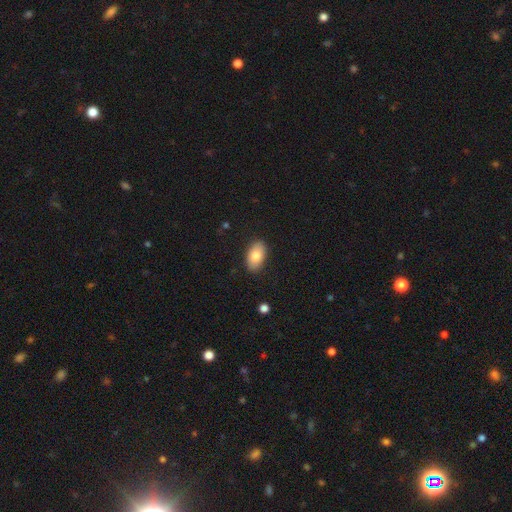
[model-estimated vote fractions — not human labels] smooth 82%, featured or disk 12%, star or artifact 7%. Down the decision tree: how rounded — in between (94%); merging — none (87%).